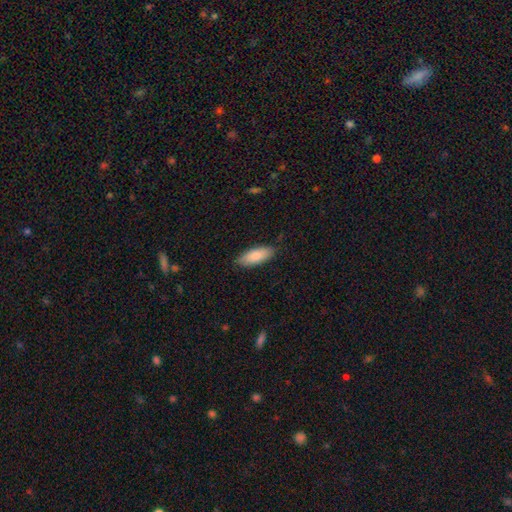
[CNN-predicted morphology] A smooth galaxy with no disk features (85%) that is in between round and cigar-shaped (75%). Merging: none (86%).